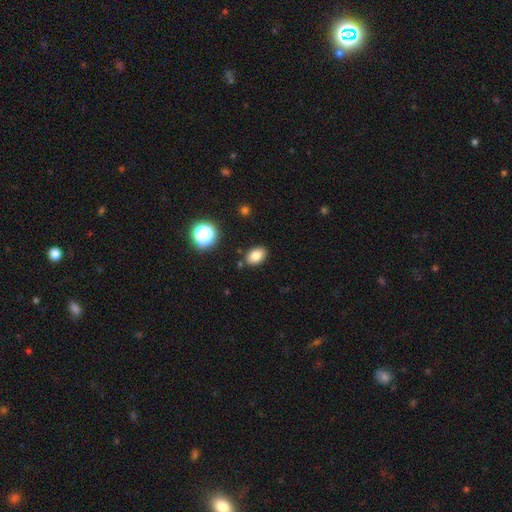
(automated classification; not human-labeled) smooth 81%, star or artifact 11%, featured or disk 7%. Down the decision tree: how rounded — in between (82%); merging — none (86%).